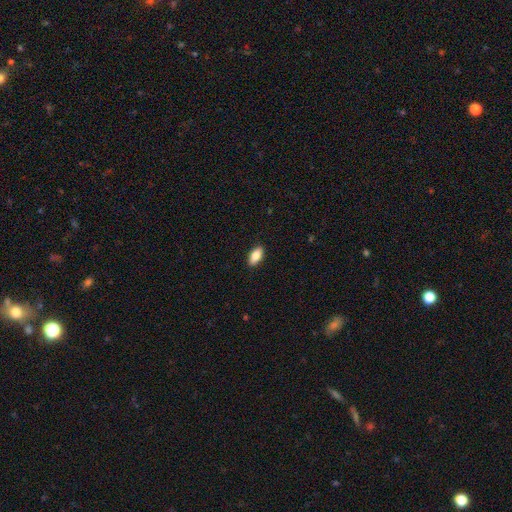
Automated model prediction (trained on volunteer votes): A smooth galaxy with no disk features (82%) that is in between round and cigar-shaped (89%). Merging: none (89%).